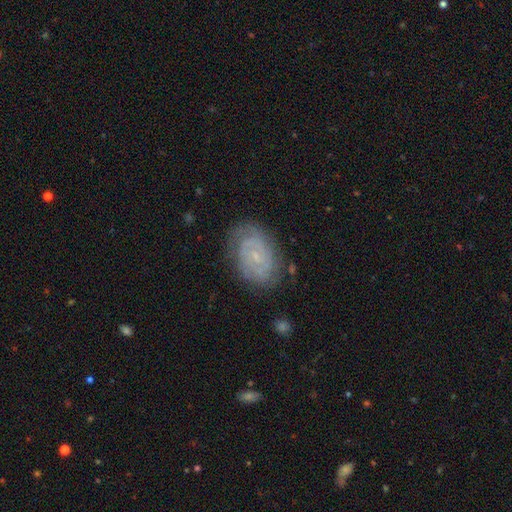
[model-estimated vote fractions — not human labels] Overall: featured or disk (76%). Edge-on disk: no (97%). Bar: no (55%; weak 38%). Spiral arms: yes (92%). Spiral arm count: 2 (53%; can't tell 27%). Spiral winding: tight (62%; medium 29%). Bulge size: small (77%). Merging: none (76%).